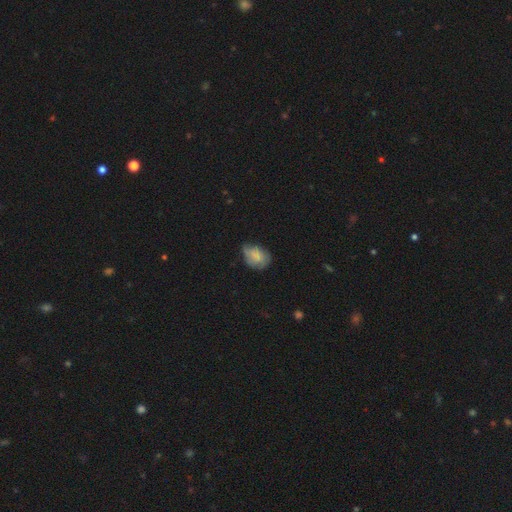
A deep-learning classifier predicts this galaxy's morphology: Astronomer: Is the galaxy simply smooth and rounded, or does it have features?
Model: smooth — 63%.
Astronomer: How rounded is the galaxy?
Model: in between — 69%.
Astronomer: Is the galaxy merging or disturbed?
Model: none — 48% (runner-up: minor disturbance, 36%).